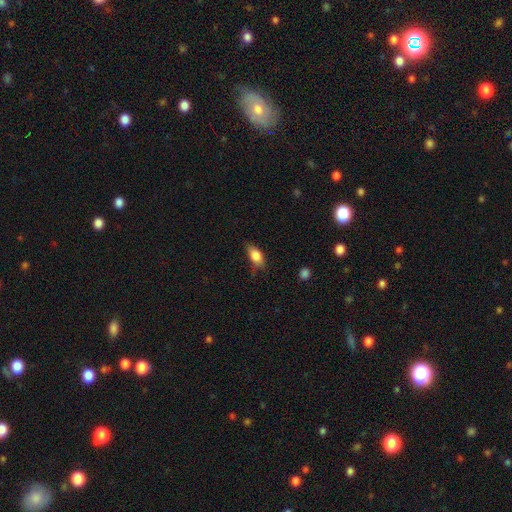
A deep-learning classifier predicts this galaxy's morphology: Q: Smooth or featured?
A: smooth (82%); runner-up: featured or disk (10%)
Q: How rounded?
A: in between (86%); runner-up: cigar-shaped (7%)
Q: Merging?
A: none (65%); runner-up: minor disturbance (27%)